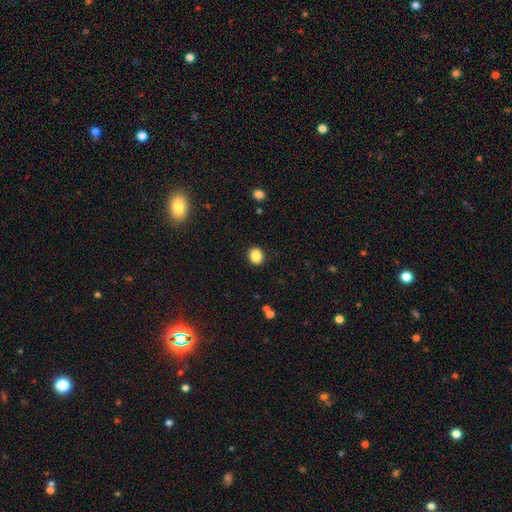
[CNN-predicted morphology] Smooth or featured? smooth (87%)
How rounded? round (64%)
Merging? none (89%)